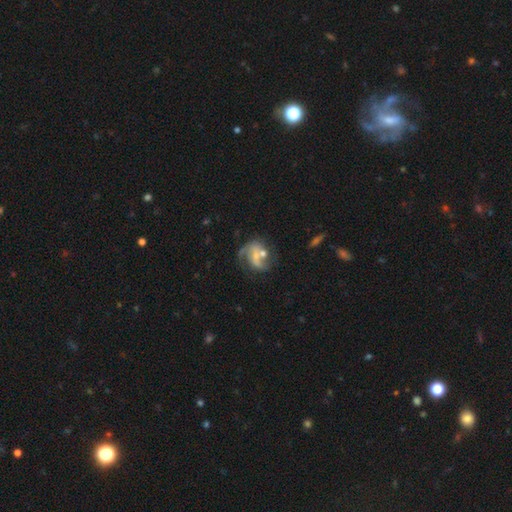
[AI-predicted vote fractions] The model was most divided on "merging": none: 34%, major disturbance: 25%, merger: 24%, minor disturbance: 17%. Remaining: edge-on disk — no (98%); spiral arms — yes (80%); smooth or featured — featured or disk (70%); spiral arm count — 2 (60%); bar — no (53%); spiral winding — loose (50%); bulge size — small (46%).